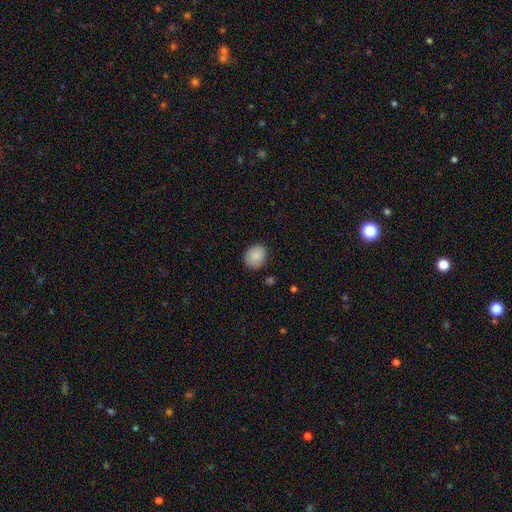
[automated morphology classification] smooth 87%, star or artifact 8%, featured or disk 5%. Down the decision tree: how rounded — round (60%); merging — none (86%).